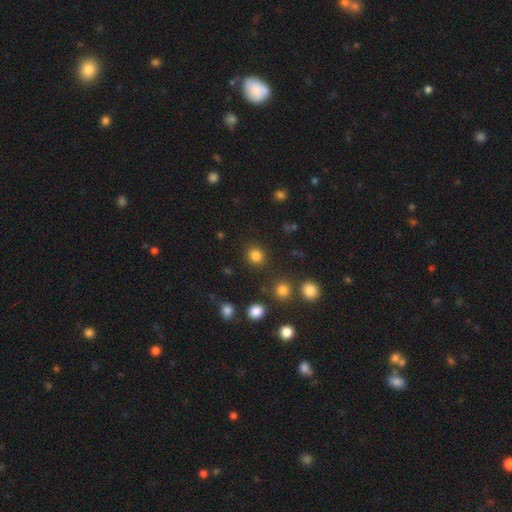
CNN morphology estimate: type=smooth (83%); roundness=round (81%); merging=none (86%).